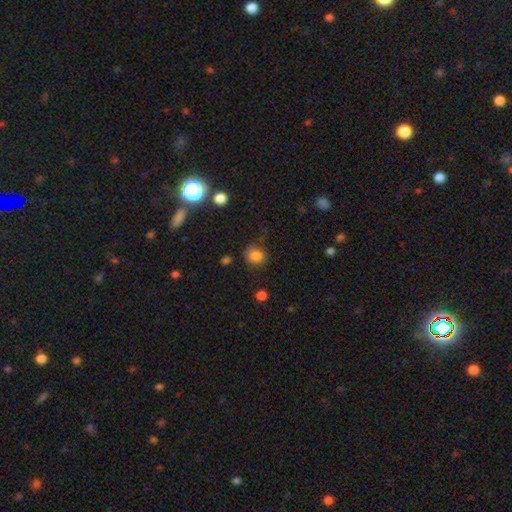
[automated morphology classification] type=smooth (79%); roundness=round (70%); merging=none (66%).